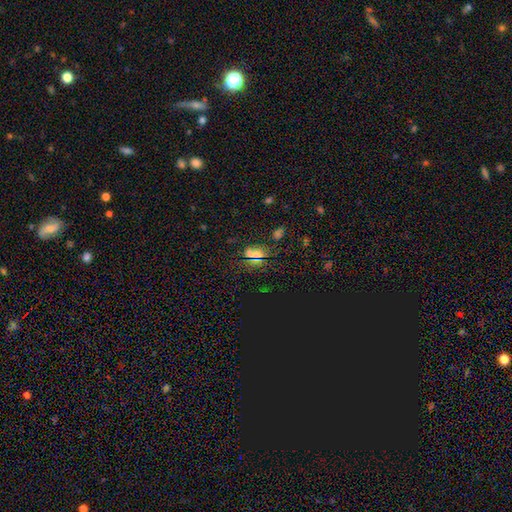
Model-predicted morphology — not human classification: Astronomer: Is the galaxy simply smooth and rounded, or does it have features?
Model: star or artifact — 53% (runner-up: smooth, 38%).